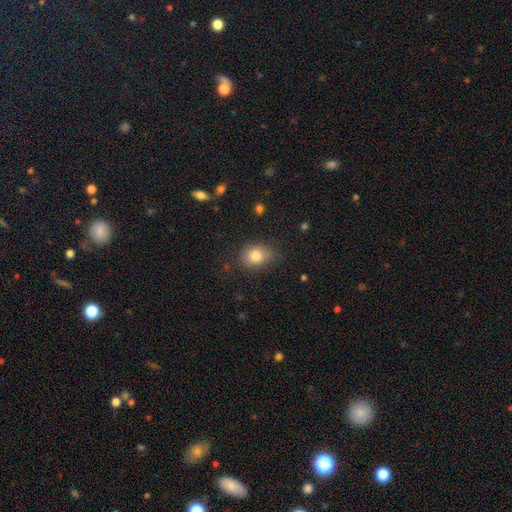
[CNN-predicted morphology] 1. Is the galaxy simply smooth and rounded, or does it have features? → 81% smooth, 10% star or artifact, 9% featured or disk.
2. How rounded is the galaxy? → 58% in between, 41% round, 1% cigar-shaped.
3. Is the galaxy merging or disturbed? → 73% none, 21% minor disturbance, 5% major disturbance, 2% merger.